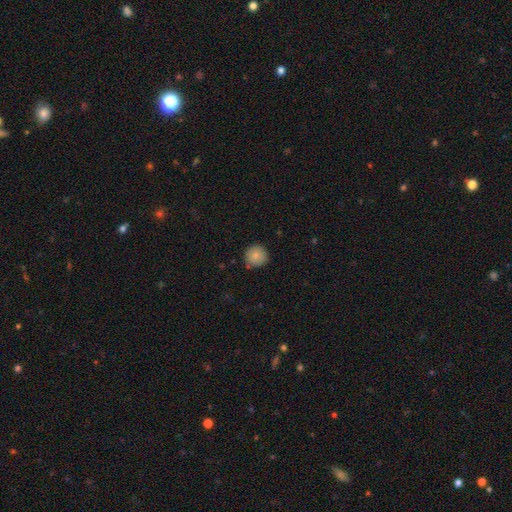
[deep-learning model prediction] smooth_or_featured: smooth (p=0.83) [alt: star or artifact p=0.09]
how_rounded: round (p=0.94) [alt: in between p=0.05]
merging: none (p=0.85) [alt: minor disturbance p=0.11]